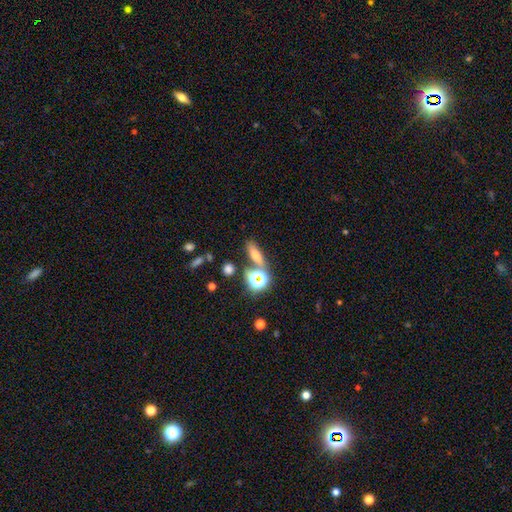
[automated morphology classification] Smooth or featured: smooth — 58% (star or artifact — 23%)
How rounded: in between — 42% (cigar-shaped — 39%)
Merging: none — 69% (merger — 16%)